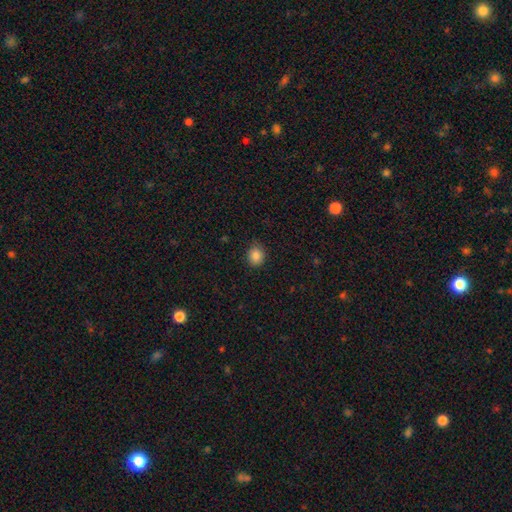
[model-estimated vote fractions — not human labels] The model was most divided on "how rounded": round: 72%, in between: 27%, cigar-shaped: 1%. More confident: smooth or featured — smooth (86%); merging — none (80%).